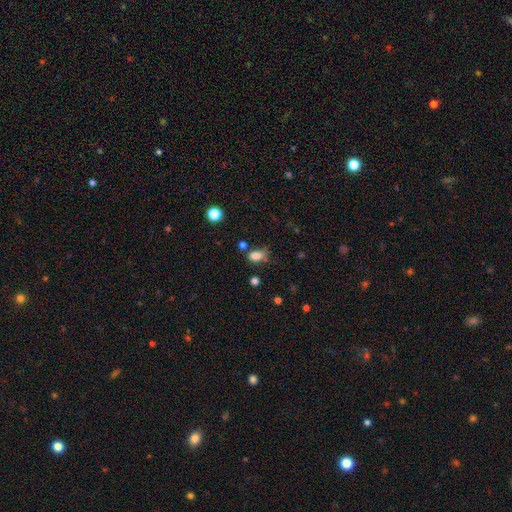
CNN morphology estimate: Smooth or featured? smooth (80%)
How rounded? in between (81%)
Merging? none (49%)